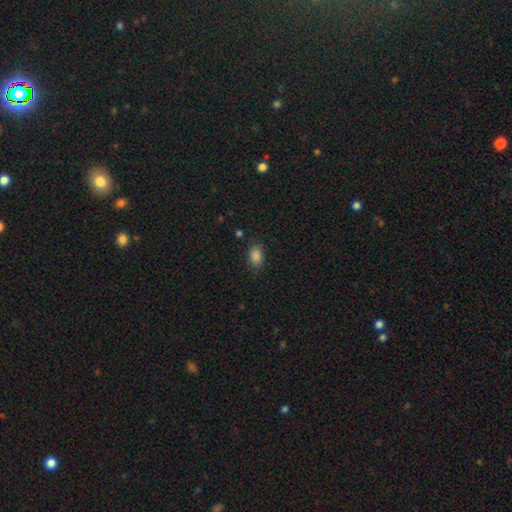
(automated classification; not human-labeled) Overall: smooth (86%). How rounded: in between (83%). Merging: none (83%).